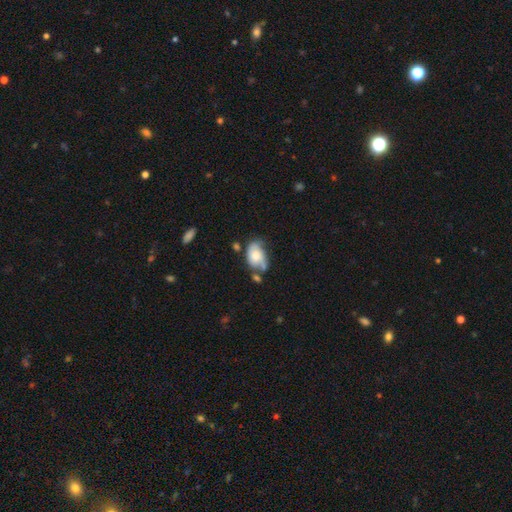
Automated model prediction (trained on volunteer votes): Morphology: type=smooth (56%); roundness=in between (85%); merging=none (32%).